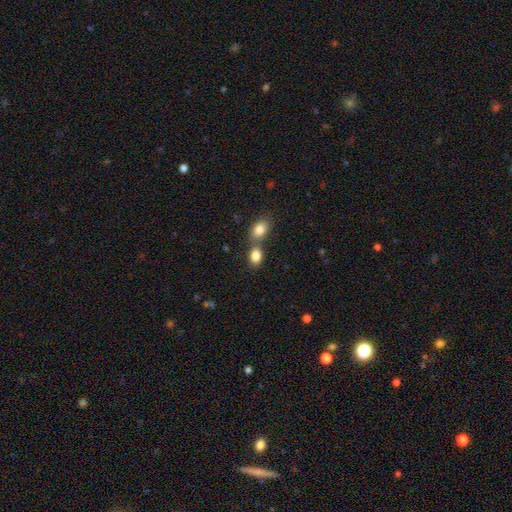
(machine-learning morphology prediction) This appears to be a smooth galaxy with no disk features (85%) that is in between round and cigar-shaped (79%). Merging: none (45%).